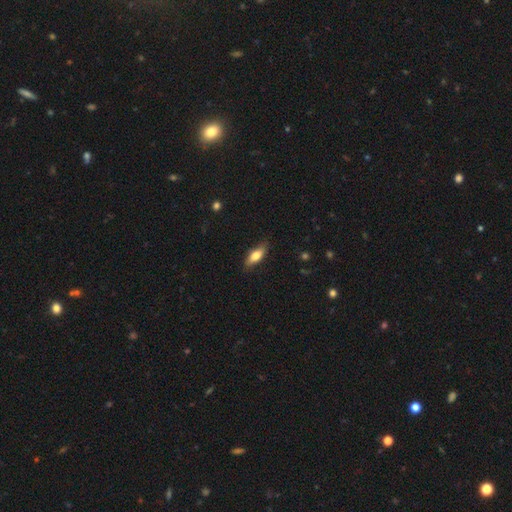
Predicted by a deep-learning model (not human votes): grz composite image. It shows a smooth galaxy with no disk features (73%) that is in between round and cigar-shaped (68%). Merging: none (81%).